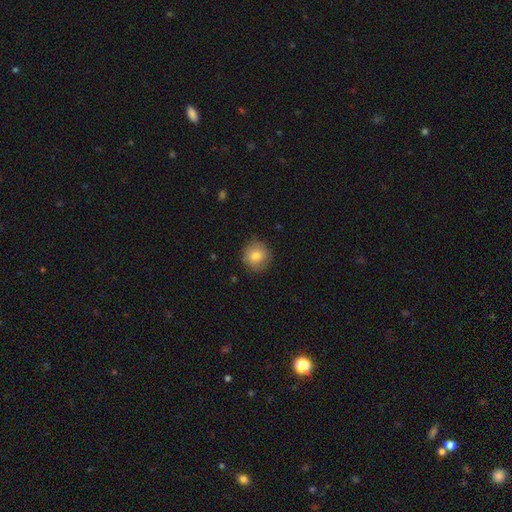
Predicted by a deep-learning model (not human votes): smooth_or_featured: smooth (p=0.80) [alt: featured or disk p=0.12]
how_rounded: round (p=0.91) [alt: in between p=0.08]
merging: none (p=0.83) [alt: minor disturbance p=0.13]